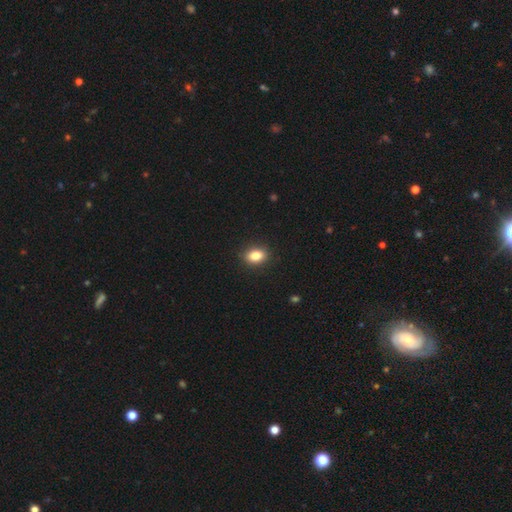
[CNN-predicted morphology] Overall: smooth (84%). How rounded: in between (75%). Merging: none (90%).